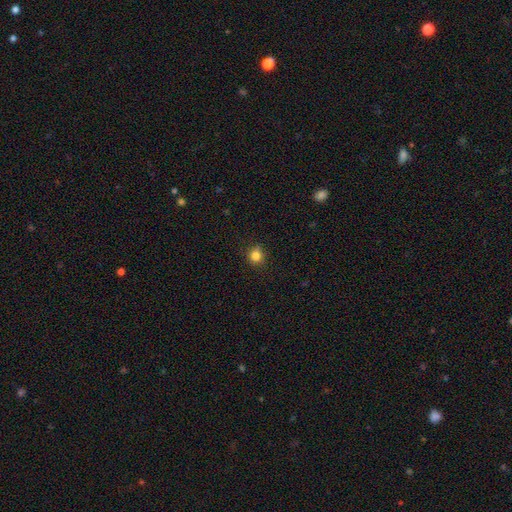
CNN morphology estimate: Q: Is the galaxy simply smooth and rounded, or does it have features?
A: smooth — 83%.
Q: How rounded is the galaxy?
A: round — 92%.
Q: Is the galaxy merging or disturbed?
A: none — 86%.